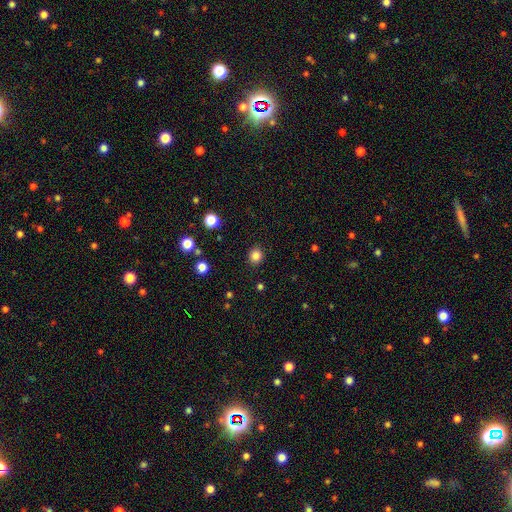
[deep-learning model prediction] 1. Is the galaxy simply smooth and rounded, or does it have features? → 84% smooth, 12% star or artifact, 4% featured or disk.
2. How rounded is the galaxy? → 84% round, 15% in between, 1% cigar-shaped.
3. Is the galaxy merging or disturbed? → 90% none, 6% minor disturbance, 2% major disturbance, 1% merger.